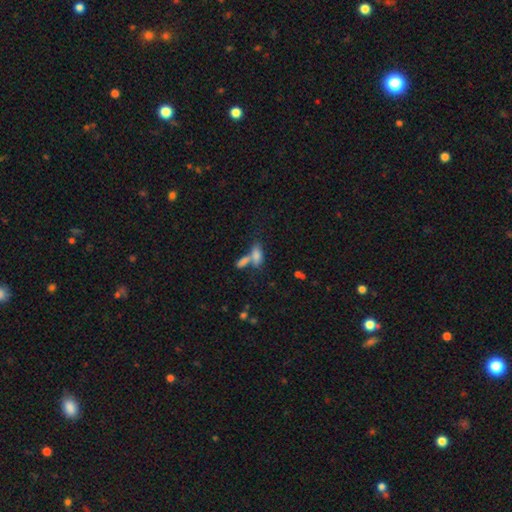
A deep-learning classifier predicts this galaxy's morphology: smooth_or_featured: smooth (p=0.76) [alt: featured or disk p=0.14]
how_rounded: in between (p=0.77) [alt: cigar-shaped p=0.18]
merging: merger (p=0.52) [alt: none p=0.32]